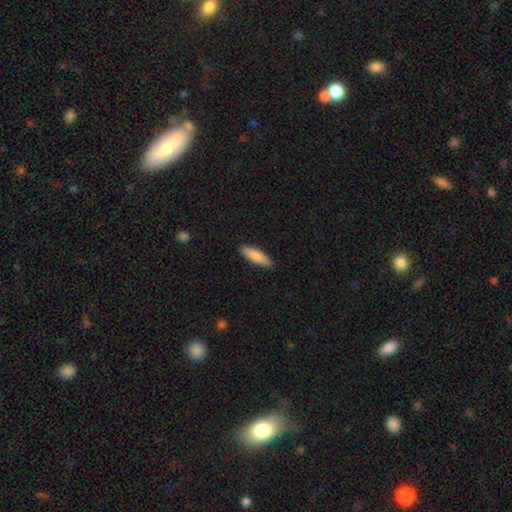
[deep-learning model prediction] A smooth galaxy with no disk features (84%) that is cigar-shaped (60%). Merging: none (89%).